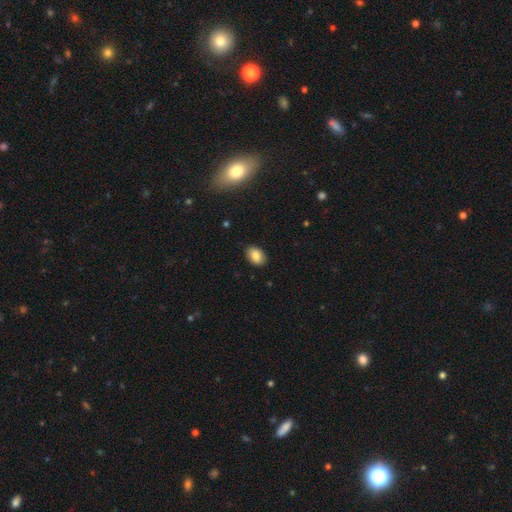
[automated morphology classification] The model was most divided on "how rounded": in between: 81%, round: 18%, cigar-shaped: 1%. More confident: merging — none (87%); smooth or featured — smooth (84%).